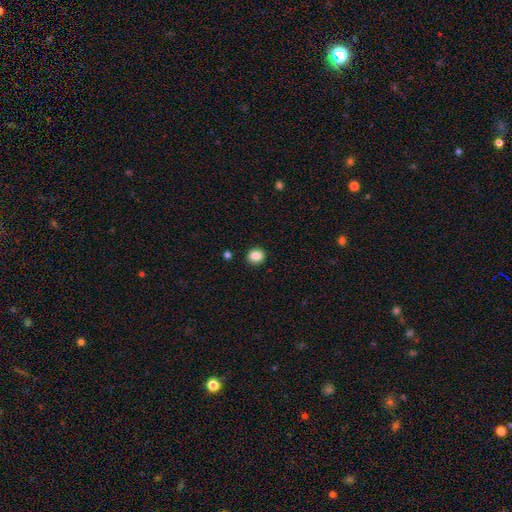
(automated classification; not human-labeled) Smooth or featured: smooth — 86% (star or artifact — 9%)
How rounded: round — 73% (in between — 26%)
Merging: none — 90% (minor disturbance — 6%)